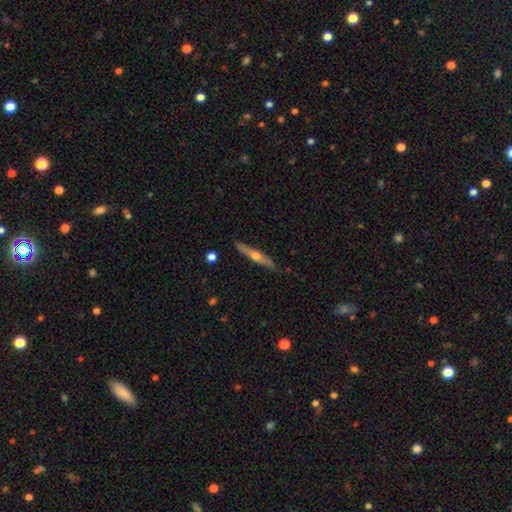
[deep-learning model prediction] Smooth or featured: featured or disk — 62% (smooth — 32%)
Edge-on disk: yes — 94% (no — 6%)
Edge-on bulge: rounded — 90% (none — 7%)
Merging: none — 87% (minor disturbance — 10%)